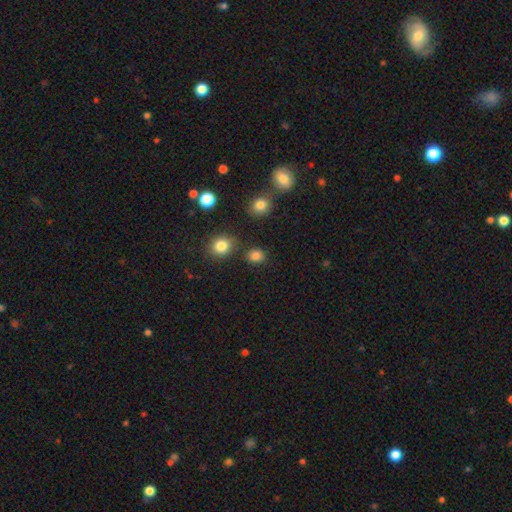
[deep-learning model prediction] A smooth galaxy with no disk features (83%) that is round (74%).

Vote fractions:
- Smooth or featured? smooth: 83% / star or artifact: 13% / featured or disk: 4%
- How rounded? round: 74% / in between: 25% / cigar-shaped: 1%
- Merging? none: 83% / minor disturbance: 9% / merger: 5% / major disturbance: 3%